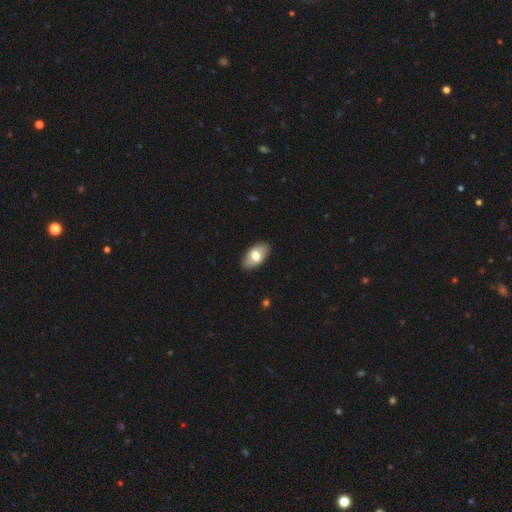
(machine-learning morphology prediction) Smooth or featured? smooth (70%)
How rounded? in between (94%)
Merging? none (88%)